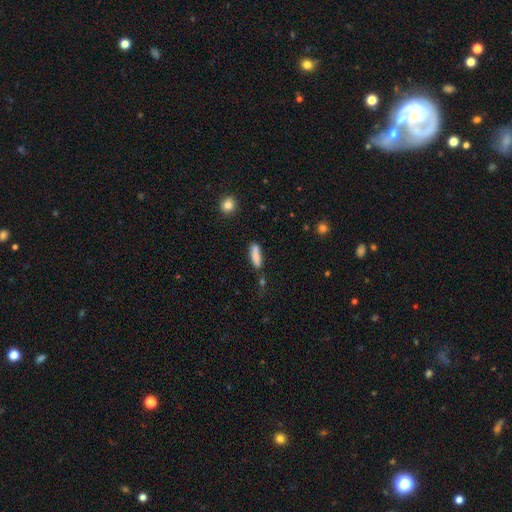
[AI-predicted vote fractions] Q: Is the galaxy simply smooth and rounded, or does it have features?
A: smooth — 79%.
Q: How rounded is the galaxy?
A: cigar-shaped — 62%.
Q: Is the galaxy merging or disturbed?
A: none — 65%.